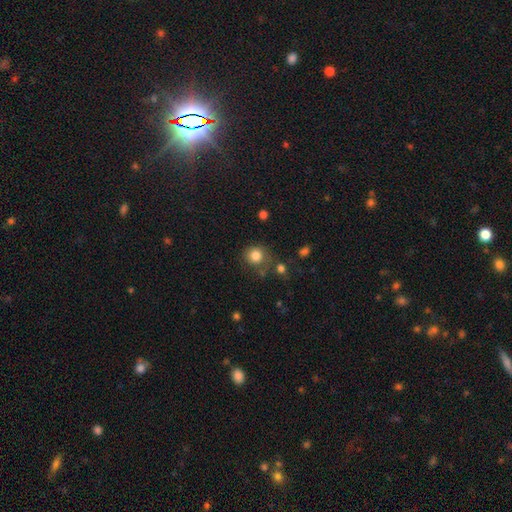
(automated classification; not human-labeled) smooth_or_featured: smooth (p=0.82) [alt: star or artifact p=0.11]
how_rounded: round (p=0.86) [alt: in between p=0.13]
merging: none (p=0.71) [alt: minor disturbance p=0.16]